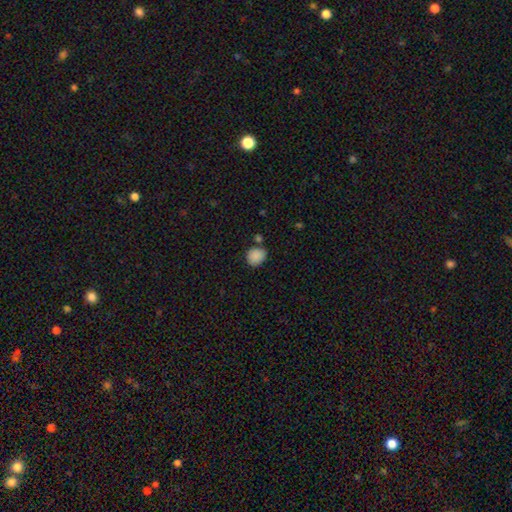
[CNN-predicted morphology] smooth 88%, star or artifact 9%, featured or disk 4%. Down the decision tree: how rounded — round (71%); merging — none (70%).